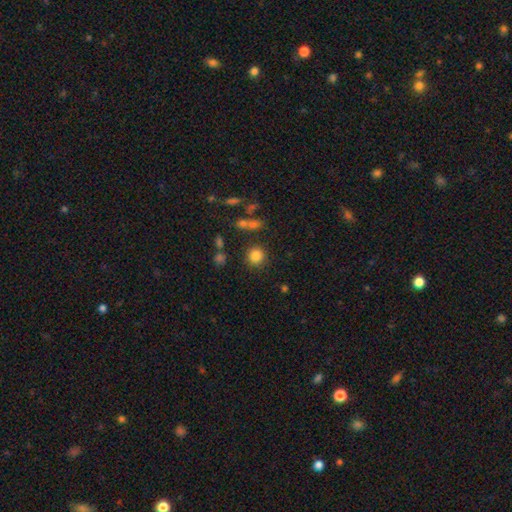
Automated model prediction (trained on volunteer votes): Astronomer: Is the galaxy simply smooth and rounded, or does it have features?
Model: smooth — 83%.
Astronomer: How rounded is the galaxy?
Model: round — 91%.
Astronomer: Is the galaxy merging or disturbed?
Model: none — 83%.